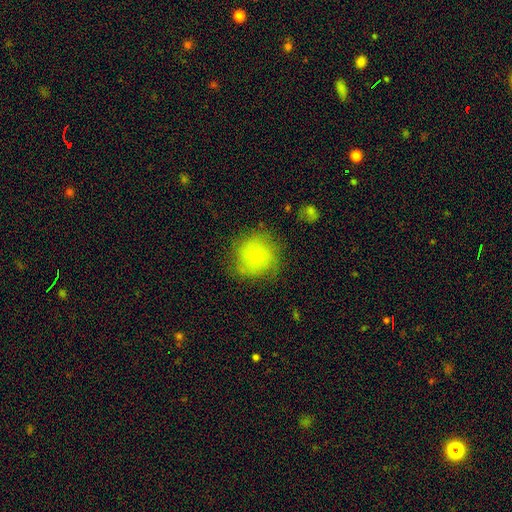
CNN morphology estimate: The model was most divided on "smooth or featured": smooth: 68%, featured or disk: 22%, star or artifact: 9%. More confident: how rounded — round (91%); merging — none (70%).